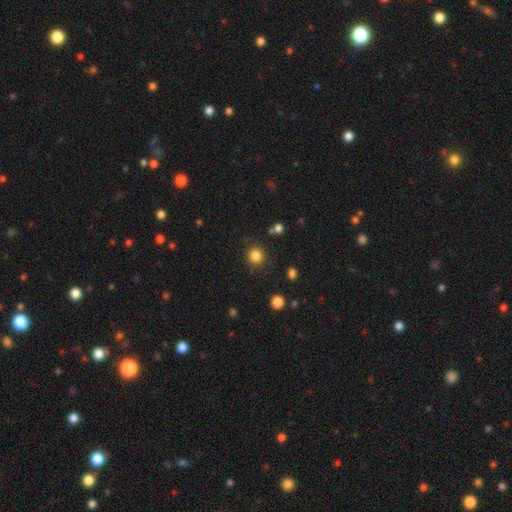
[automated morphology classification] Smooth or featured?
  - smooth: 84% *
  - star or artifact: 12%
  - featured or disk: 4%
How rounded?
  - round: 91% *
  - in between: 8%
  - cigar-shaped: 1%
Merging?
  - none: 87% *
  - minor disturbance: 8%
  - major disturbance: 3%
  - merger: 2%